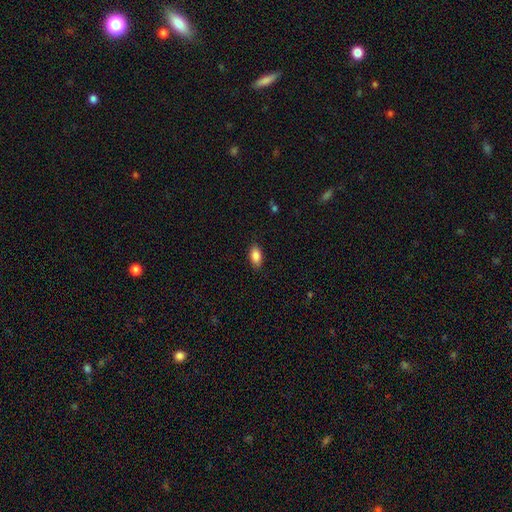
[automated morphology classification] This appears to be a smooth galaxy with no disk features (87%) that is in between round and cigar-shaped (91%). Merging: none (85%).